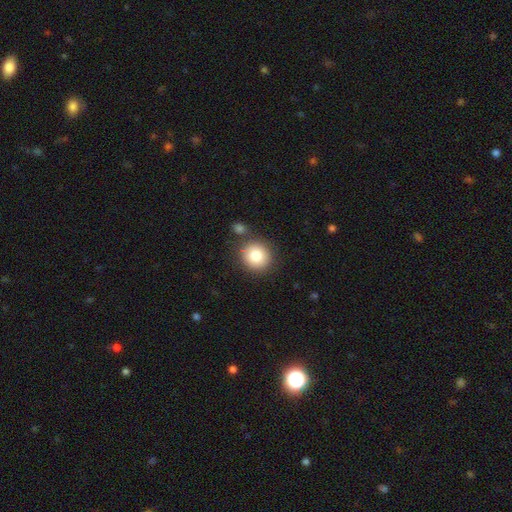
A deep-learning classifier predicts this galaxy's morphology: Q: Smooth or featured?
A: smooth (82%); runner-up: star or artifact (9%)
Q: How rounded?
A: round (90%); runner-up: in between (9%)
Q: Merging?
A: none (78%); runner-up: minor disturbance (9%)